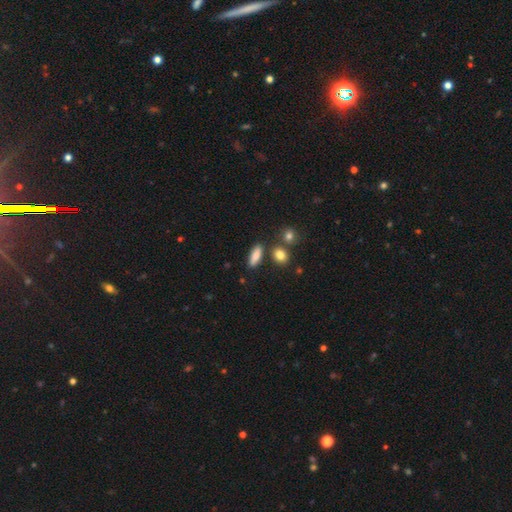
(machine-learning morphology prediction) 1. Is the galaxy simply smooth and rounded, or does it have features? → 84% smooth, 8% star or artifact, 8% featured or disk.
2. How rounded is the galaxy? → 57% in between, 38% cigar-shaped, 5% round.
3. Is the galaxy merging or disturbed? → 79% none, 11% minor disturbance, 6% merger, 3% major disturbance.